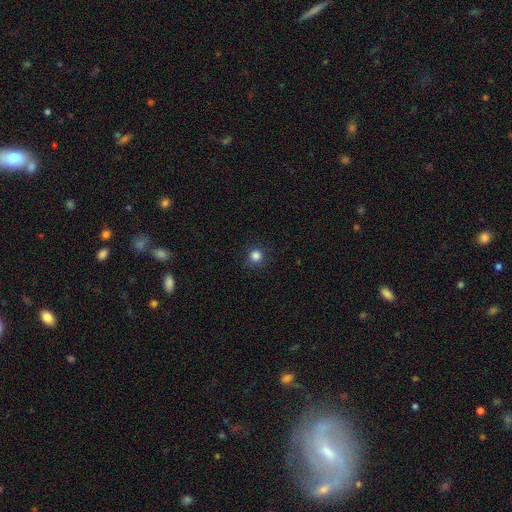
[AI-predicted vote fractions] Q: Smooth or featured?
A: smooth (84%); runner-up: star or artifact (13%)
Q: How rounded?
A: round (94%); runner-up: in between (5%)
Q: Merging?
A: none (88%); runner-up: minor disturbance (8%)